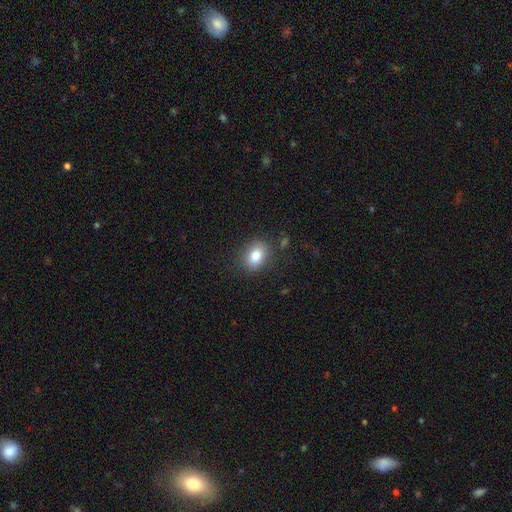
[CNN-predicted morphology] Smooth or featured? Predicted: smooth (p=0.82). How rounded? Predicted: in between (p=0.60). Merging? Predicted: none (p=0.82).